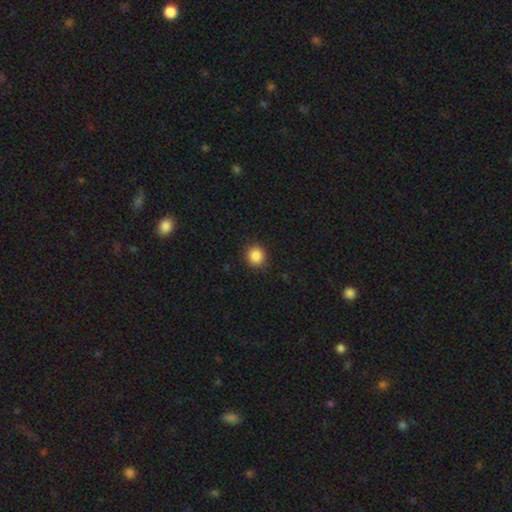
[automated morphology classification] Smooth or featured?
  - smooth: 87% *
  - star or artifact: 10%
  - featured or disk: 3%
How rounded?
  - round: 86% *
  - in between: 13%
  - cigar-shaped: 1%
Merging?
  - none: 90% *
  - minor disturbance: 7%
  - major disturbance: 2%
  - merger: 1%